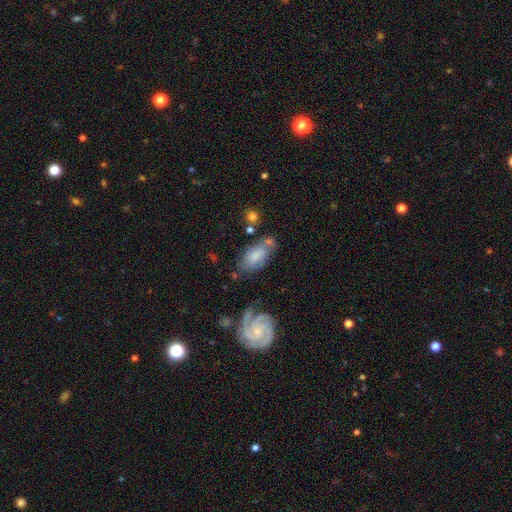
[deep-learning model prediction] Overall: smooth (65%; featured or disk 27%). How rounded: in between (89%). Merging: none (54%; minor disturbance 23%).